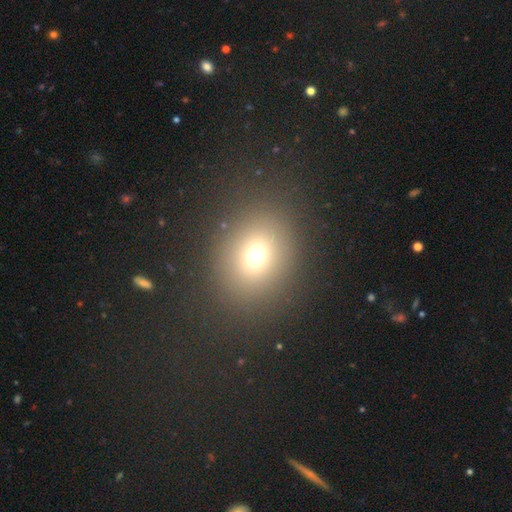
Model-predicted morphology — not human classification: Smooth or featured? smooth (70%)
How rounded? round (64%)
Merging? none (85%)